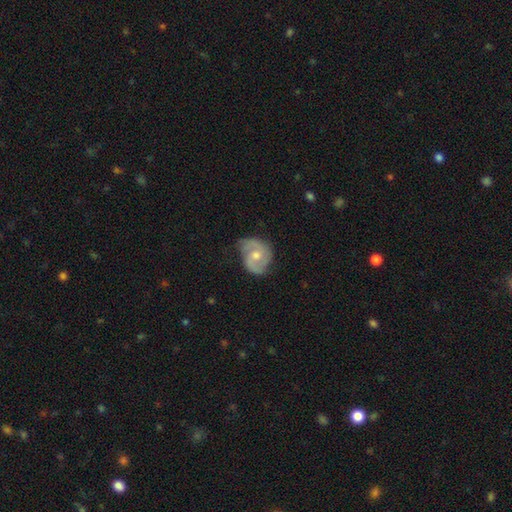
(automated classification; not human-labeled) Morphology: type=featured or disk (67%); edge-on=no (97%); bar=no (64%); spiral arms=yes (86%); winding=medium (45%); arm count=2 (76%); bulge=moderate (69%); merging=none (53%).